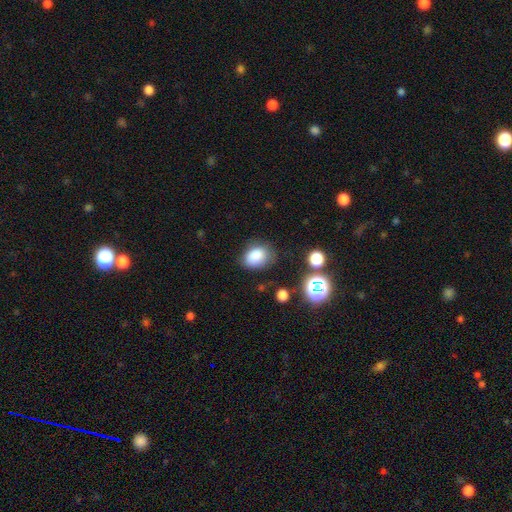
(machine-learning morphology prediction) Smooth or featured? smooth (83%)
How rounded? in between (68%)
Merging? none (70%)